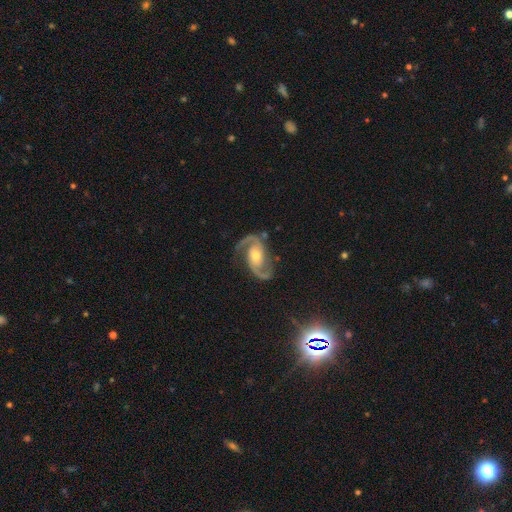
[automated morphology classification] featured or disk 90%, star or artifact 6%, smooth 4%. Down the decision tree: edge-on disk — no (97%); bar — no (54%); spiral arms — yes (98%); spiral arm count — 2 (93%); spiral winding — medium (55%); bulge size — moderate (64%); merging — none (77%).